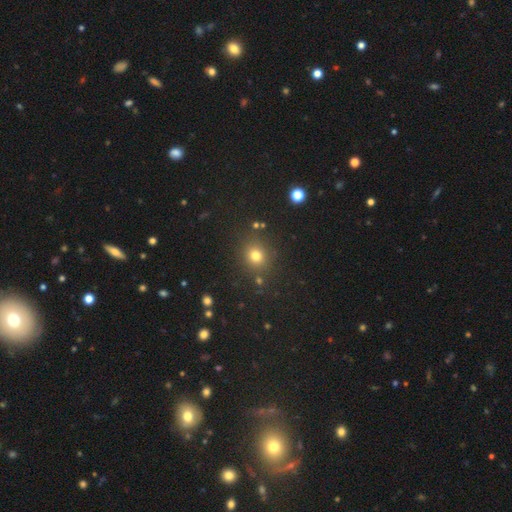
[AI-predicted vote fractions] Q: Smooth or featured?
A: smooth (75%); runner-up: star or artifact (19%)
Q: How rounded?
A: round (82%); runner-up: in between (17%)
Q: Merging?
A: none (84%); runner-up: minor disturbance (9%)